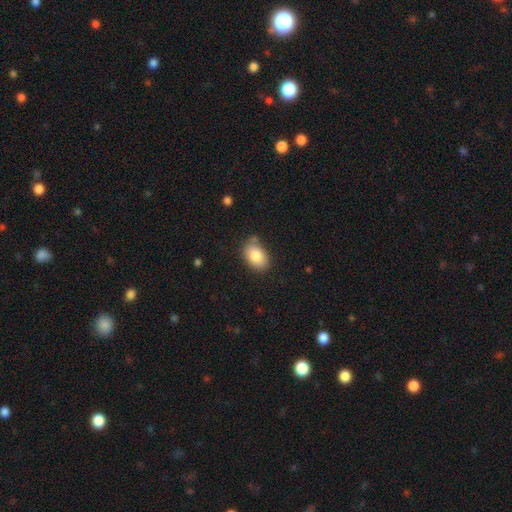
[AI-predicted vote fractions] smooth_or_featured: smooth (p=0.85) [alt: featured or disk p=0.08]
how_rounded: in between (p=0.88) [alt: round p=0.11]
merging: none (p=0.73) [alt: minor disturbance p=0.19]